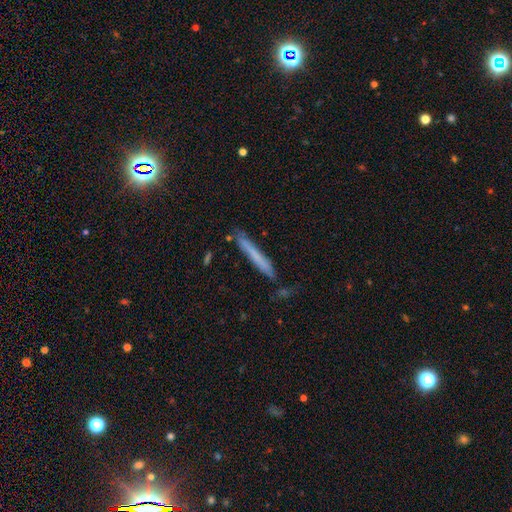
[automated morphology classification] smooth 62%, featured or disk 30%, star or artifact 7%. Down the decision tree: how rounded — cigar-shaped (96%); merging — none (77%).